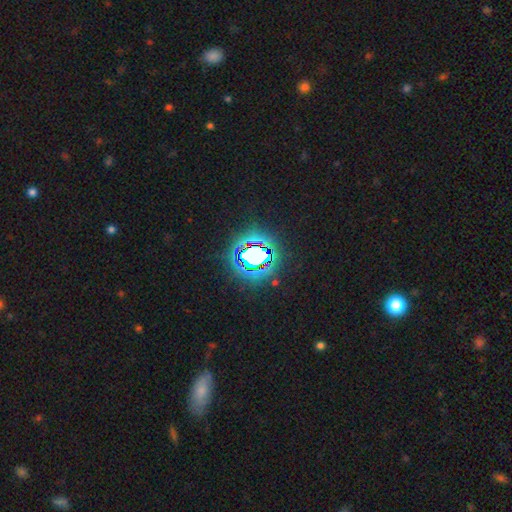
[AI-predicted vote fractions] smooth_or_featured: star or artifact (p=0.70) [alt: smooth p=0.18]